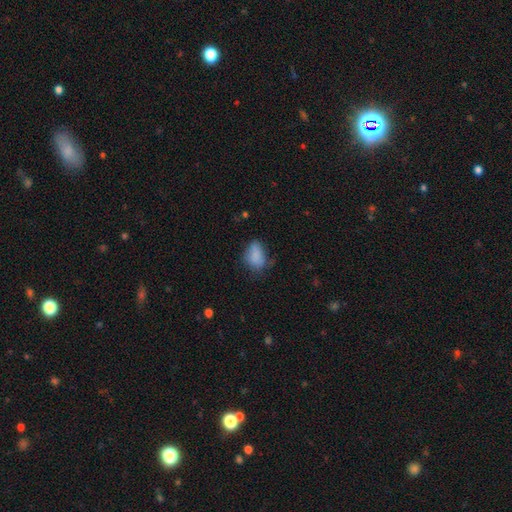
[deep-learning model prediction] Smooth or featured?
  - smooth: 81% *
  - featured or disk: 10%
  - star or artifact: 9%
How rounded?
  - in between: 84% *
  - round: 13%
  - cigar-shaped: 2%
Merging?
  - none: 49% *
  - minor disturbance: 34%
  - major disturbance: 15%
  - merger: 3%